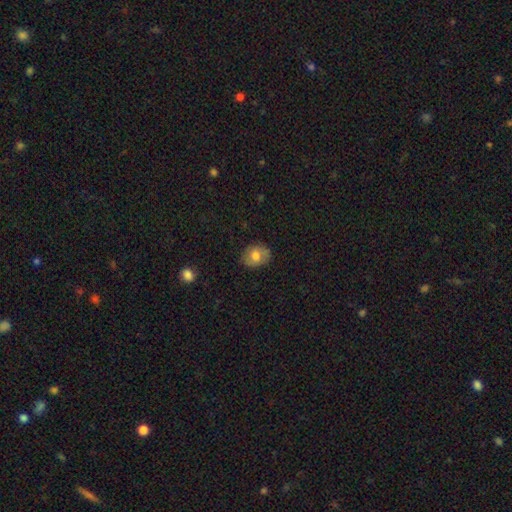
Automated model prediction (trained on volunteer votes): smooth_or_featured: smooth (p=0.75) [alt: featured or disk p=0.16]
how_rounded: in between (p=0.55) [alt: round p=0.44]
merging: none (p=0.82) [alt: minor disturbance p=0.14]